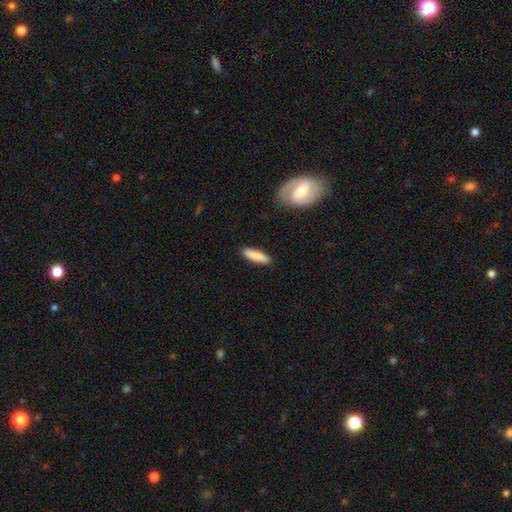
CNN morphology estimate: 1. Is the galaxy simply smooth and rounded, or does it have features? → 83% smooth, 12% featured or disk, 6% star or artifact.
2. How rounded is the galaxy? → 71% cigar-shaped, 28% in between, 2% round.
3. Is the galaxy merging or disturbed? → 88% none, 9% minor disturbance, 2% major disturbance, 2% merger.